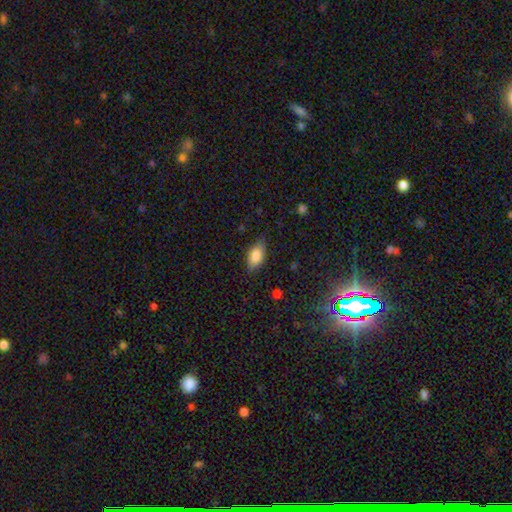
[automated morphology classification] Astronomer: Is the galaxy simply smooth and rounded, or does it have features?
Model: smooth — 82%.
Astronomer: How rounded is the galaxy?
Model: in between — 90%.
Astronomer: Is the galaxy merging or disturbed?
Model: none — 80%.